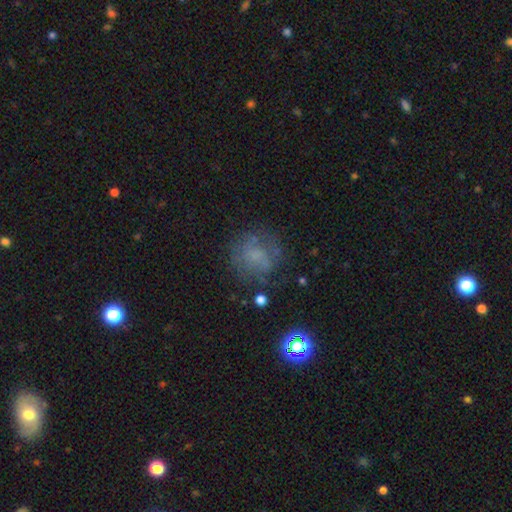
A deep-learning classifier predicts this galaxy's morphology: Smooth or featured?
  - smooth: 46% *
  - featured or disk: 34%
  - star or artifact: 20%
Merging?
  - none: 63% *
  - minor disturbance: 19%
  - major disturbance: 15%
  - merger: 3%